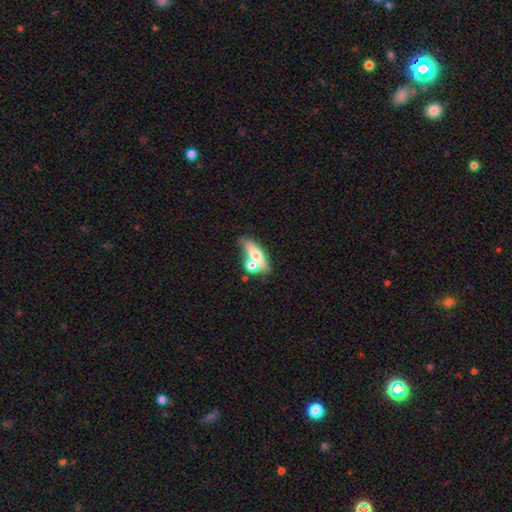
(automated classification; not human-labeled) Q: Smooth or featured?
A: smooth (54%); runner-up: featured or disk (38%)
Q: How rounded?
A: in between (56%); runner-up: cigar-shaped (32%)
Q: Merging?
A: merger (42%); runner-up: none (39%)